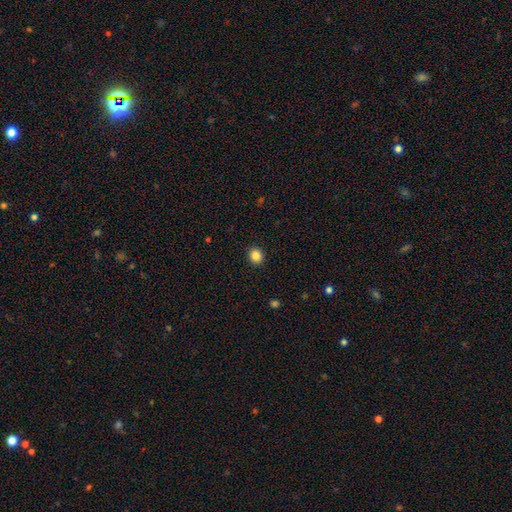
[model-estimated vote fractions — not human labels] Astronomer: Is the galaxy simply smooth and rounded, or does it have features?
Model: smooth — 86%.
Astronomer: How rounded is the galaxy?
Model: round — 79%.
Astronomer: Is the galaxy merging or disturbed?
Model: none — 92%.